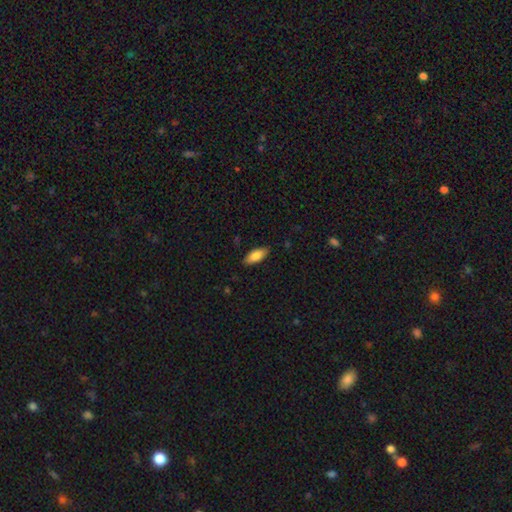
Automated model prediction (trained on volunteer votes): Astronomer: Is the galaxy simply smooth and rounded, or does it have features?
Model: smooth — 84%.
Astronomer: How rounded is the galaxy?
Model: in between — 79%.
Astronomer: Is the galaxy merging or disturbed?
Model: none — 85%.